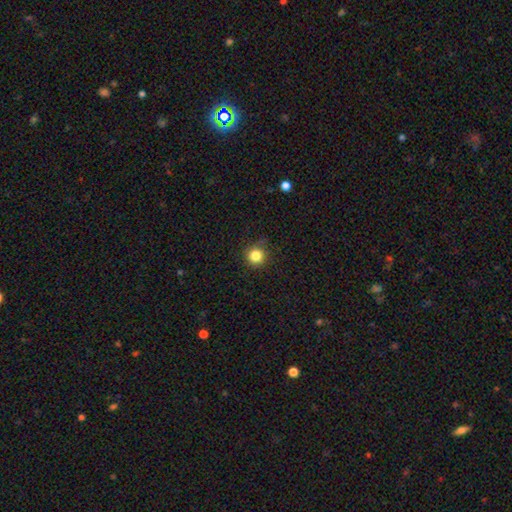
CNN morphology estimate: Smooth or featured: smooth — 84% (star or artifact — 12%)
How rounded: round — 94% (in between — 5%)
Merging: none — 85% (minor disturbance — 11%)